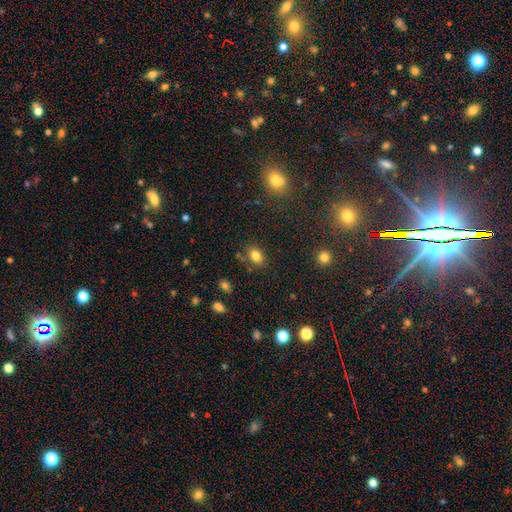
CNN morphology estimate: This is clearly a smooth galaxy (81%). How rounded: likely in between (69%). Merging: likely none (78%).